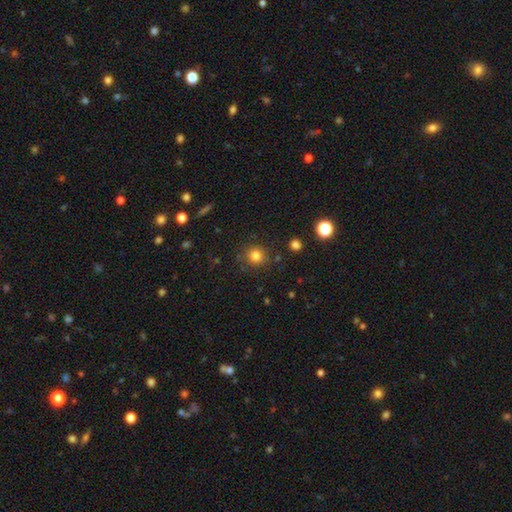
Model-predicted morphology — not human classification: A smooth galaxy with no disk features (81%) that is round (90%).

Vote fractions:
- Smooth or featured? smooth: 81% / star or artifact: 14% / featured or disk: 6%
- How rounded? round: 90% / in between: 9% / cigar-shaped: 1%
- Merging? none: 85% / minor disturbance: 9% / major disturbance: 3% / merger: 3%